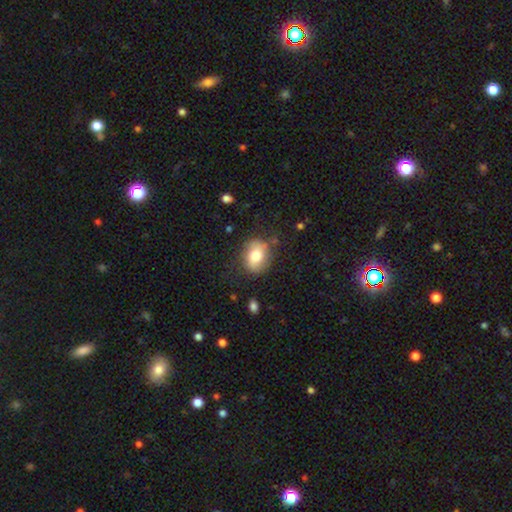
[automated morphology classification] Q: Smooth or featured?
A: smooth (70%); runner-up: featured or disk (22%)
Q: How rounded?
A: in between (55%); runner-up: round (44%)
Q: Merging?
A: none (73%); runner-up: minor disturbance (19%)